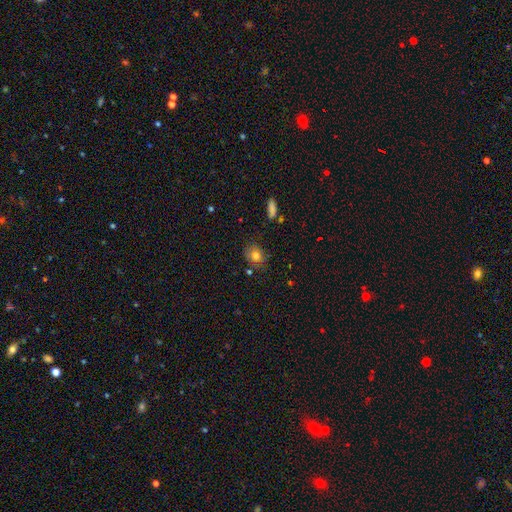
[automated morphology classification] Q: Smooth or featured?
A: smooth (77%); runner-up: featured or disk (11%)
Q: How rounded?
A: round (56%); runner-up: in between (42%)
Q: Merging?
A: none (76%); runner-up: minor disturbance (17%)